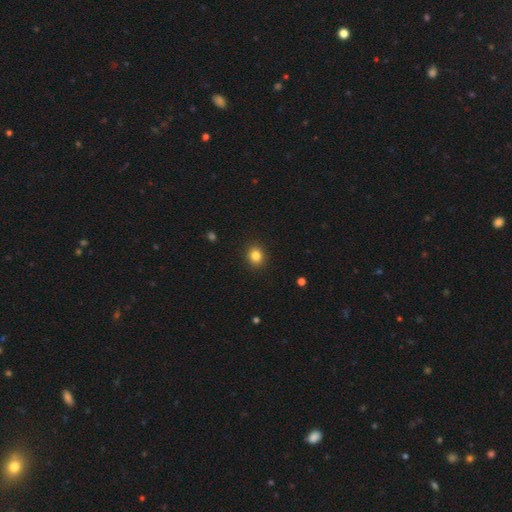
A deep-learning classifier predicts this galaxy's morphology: smooth_or_featured: smooth (p=0.84) [alt: star or artifact p=0.11]
how_rounded: round (p=0.75) [alt: in between p=0.24]
merging: none (p=0.91) [alt: minor disturbance p=0.06]